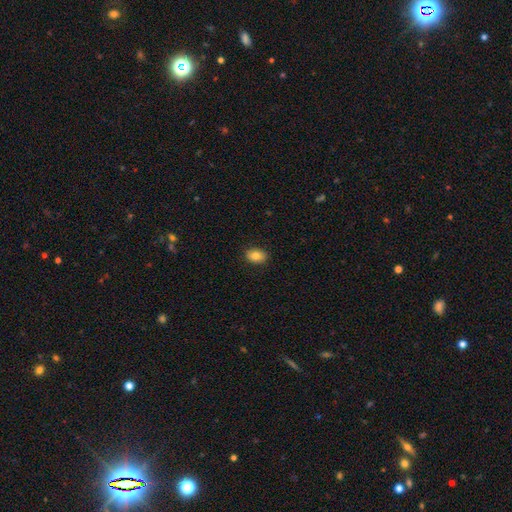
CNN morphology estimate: This appears to be a smooth galaxy with no disk features (85%) that is in between round and cigar-shaped (74%). Merging: none (87%).